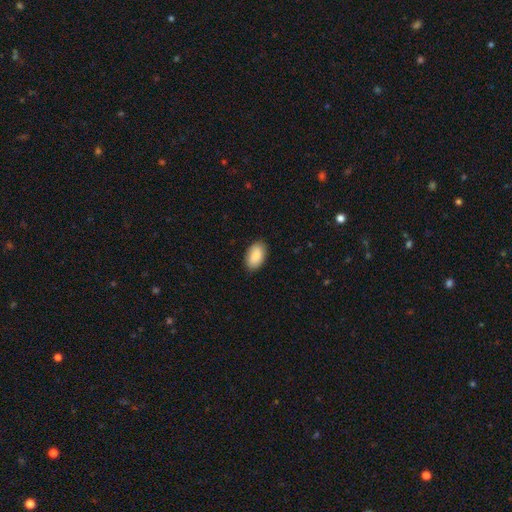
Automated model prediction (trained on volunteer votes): A smooth galaxy with no disk features (85%) that is in between round and cigar-shaped (93%). Merging: none (87%).